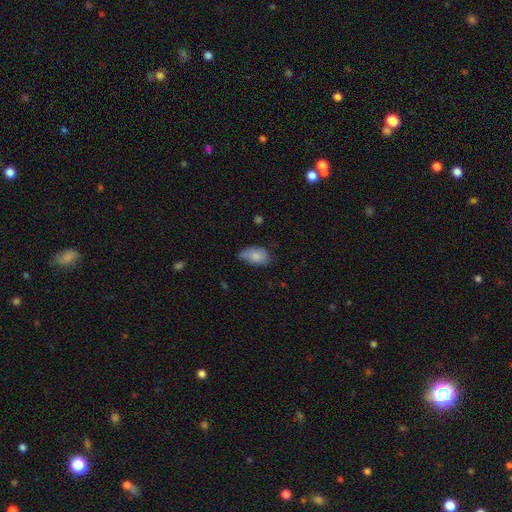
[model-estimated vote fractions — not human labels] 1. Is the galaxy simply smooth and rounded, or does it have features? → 80% smooth, 13% featured or disk, 7% star or artifact.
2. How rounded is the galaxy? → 92% in between, 6% round, 2% cigar-shaped.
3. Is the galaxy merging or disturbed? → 52% none, 38% minor disturbance, 8% major disturbance, 2% merger.